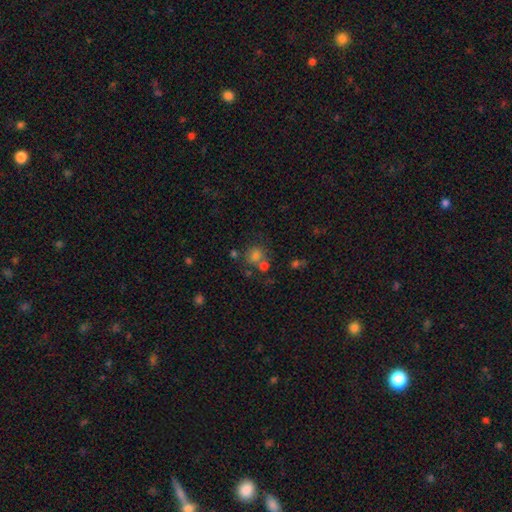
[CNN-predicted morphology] Smooth or featured? smooth (71%)
How rounded? round (80%)
Merging? none (55%)